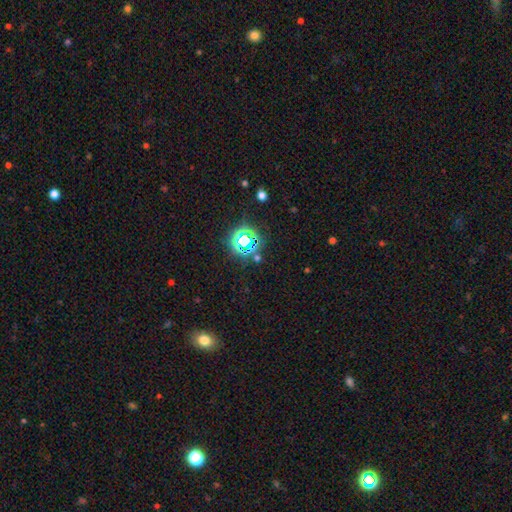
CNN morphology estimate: Smooth or featured? star or artifact (75%)